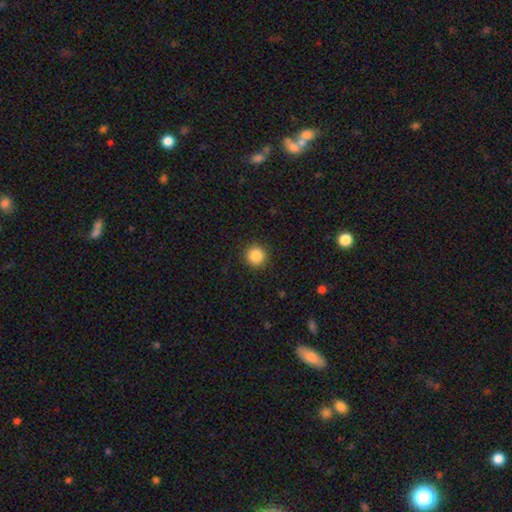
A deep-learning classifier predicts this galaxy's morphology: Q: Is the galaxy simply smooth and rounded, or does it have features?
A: smooth — 86%.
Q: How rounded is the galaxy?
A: round — 95%.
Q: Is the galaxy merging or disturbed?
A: none — 92%.